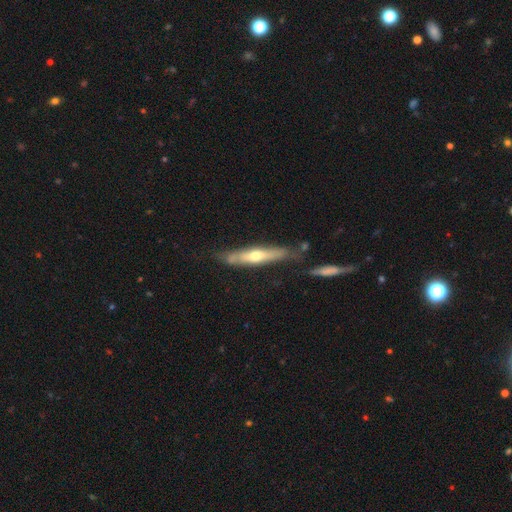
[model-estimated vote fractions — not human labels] smooth-or-featured: featured or disk: 56% | smooth: 39% | star or artifact: 5%
  disk-edge-on: yes: 82% | no: 18%
  merging: none: 67% | minor disturbance: 21% | merger: 7% | major disturbance: 5%